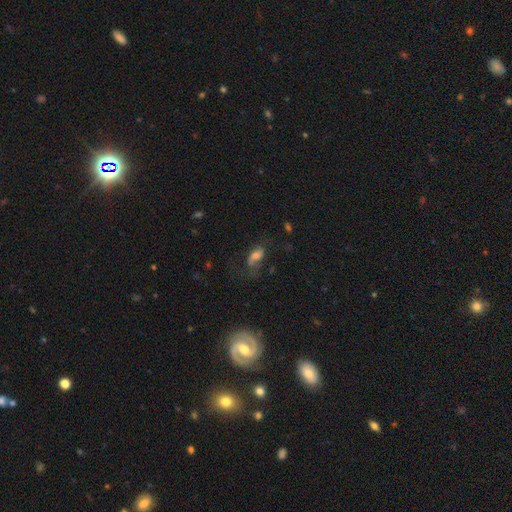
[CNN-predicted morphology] type=smooth (58%); roundness=in between (85%); merging=none (43%).